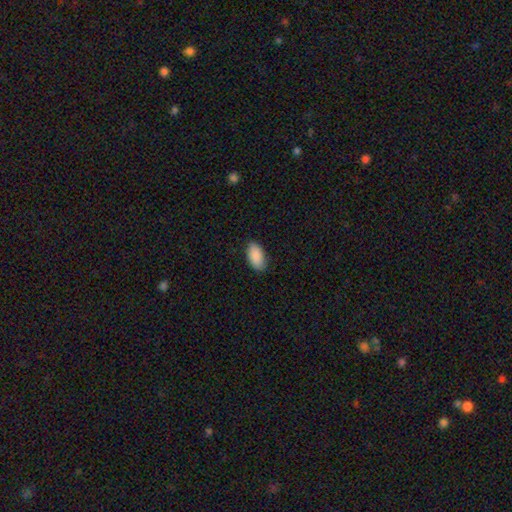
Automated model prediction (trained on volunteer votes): This appears to be a smooth galaxy with no disk features (90%) that is in between round and cigar-shaped (95%). Merging: none (86%).